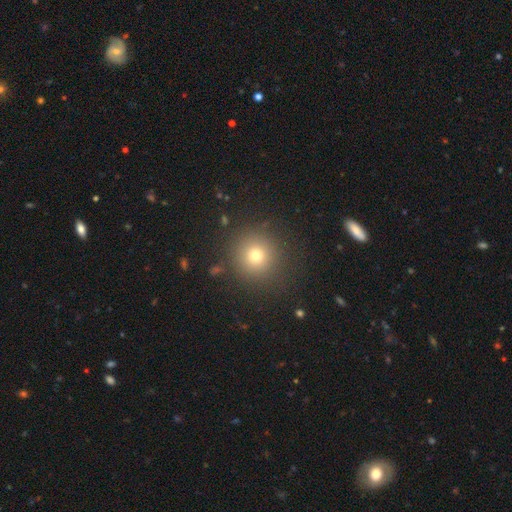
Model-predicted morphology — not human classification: smooth-or-featured: smooth: 73% | star or artifact: 18% | featured or disk: 9%
  how-rounded: round: 94% | in between: 5% | cigar-shaped: 1%
  merging: none: 88% | minor disturbance: 7% | major disturbance: 3% | merger: 2%